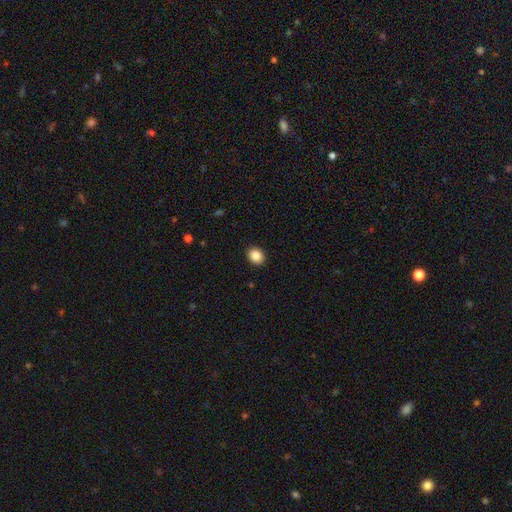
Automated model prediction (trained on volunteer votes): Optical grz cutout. It shows a smooth galaxy with no disk features (87%) that is in between round and cigar-shaped (52%). Merging: none (91%).